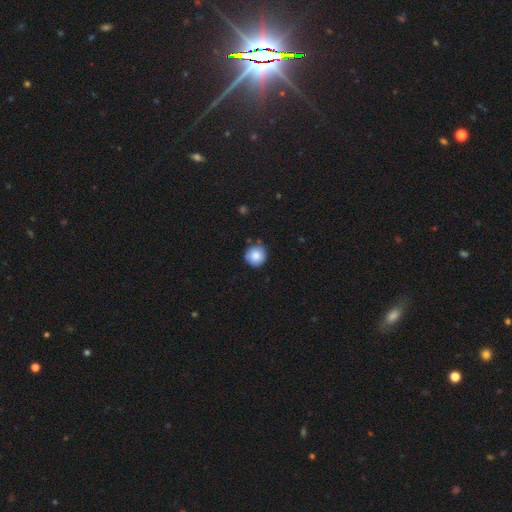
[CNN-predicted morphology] type=smooth (85%); roundness=round (94%); merging=none (83%).